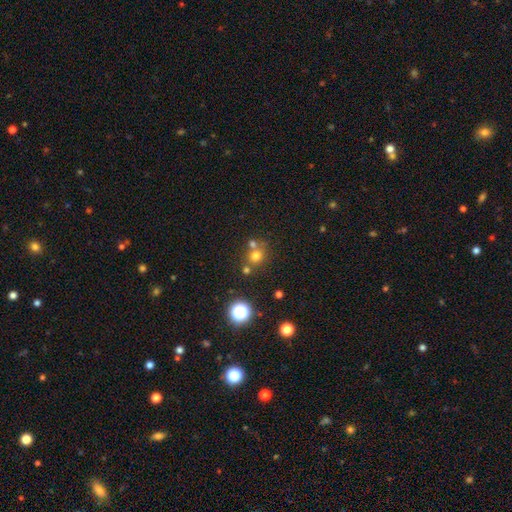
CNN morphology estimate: This is likely a smooth galaxy (69%). How rounded: clearly round (84%). Merging: possibly none (58%).